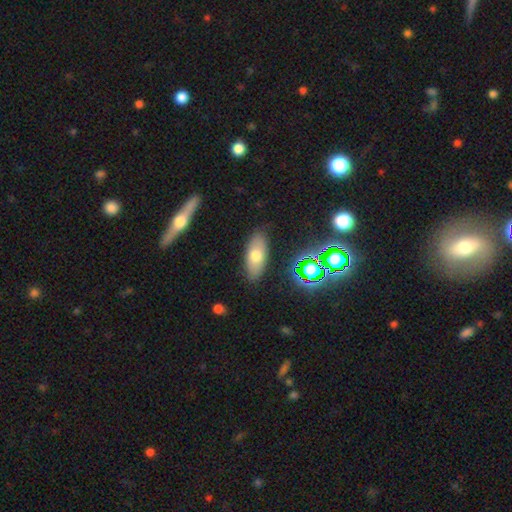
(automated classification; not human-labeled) This is likely a smooth galaxy (67%). How rounded: clearly in between (85%). Merging: clearly none (84%).